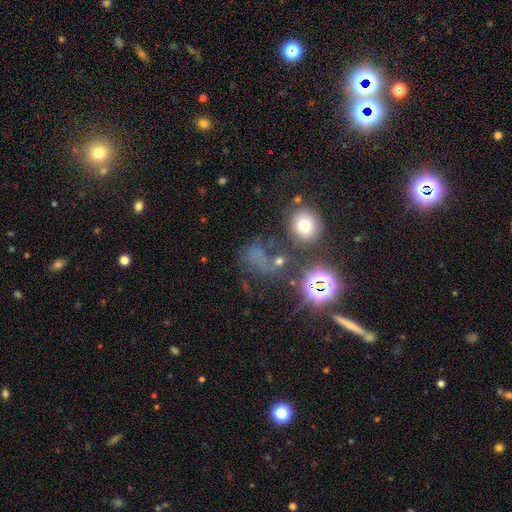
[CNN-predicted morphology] Overall: smooth (41%, tied with star or artifact). Merging: none (43%; major disturbance 28%).